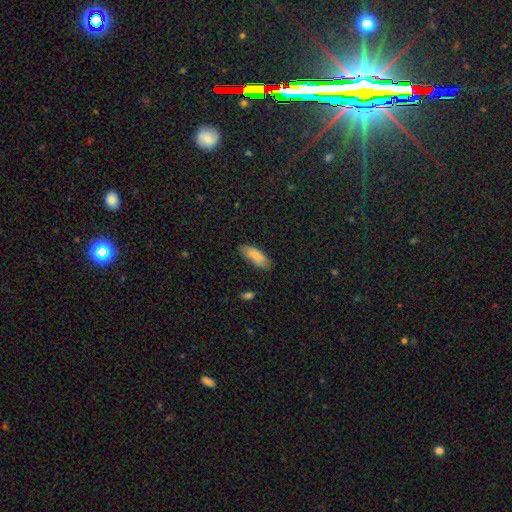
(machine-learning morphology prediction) Q: Smooth or featured?
A: smooth (82%); runner-up: featured or disk (12%)
Q: How rounded?
A: in between (76%); runner-up: cigar-shaped (22%)
Q: Merging?
A: none (83%); runner-up: minor disturbance (14%)